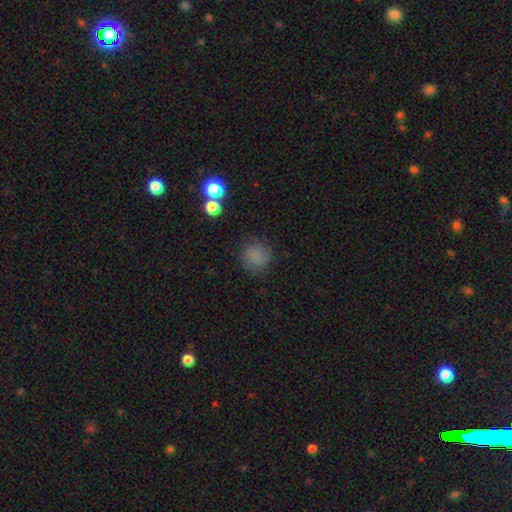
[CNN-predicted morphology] type=smooth (76%); roundness=round (86%); merging=none (79%).